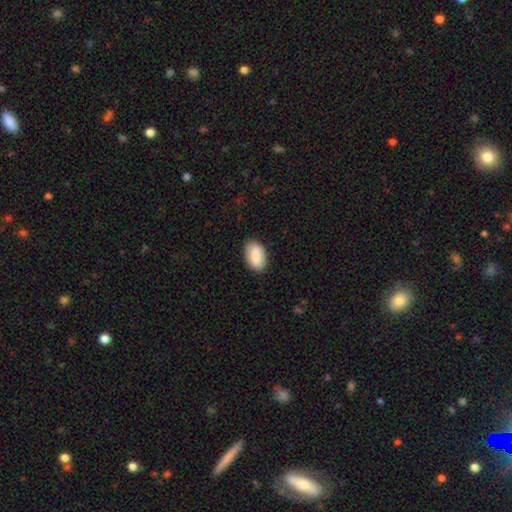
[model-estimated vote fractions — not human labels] Smooth or featured?
  - smooth: 83% *
  - featured or disk: 11%
  - star or artifact: 7%
How rounded?
  - in between: 93% *
  - round: 5%
  - cigar-shaped: 2%
Merging?
  - none: 83% *
  - minor disturbance: 13%
  - major disturbance: 3%
  - merger: 1%